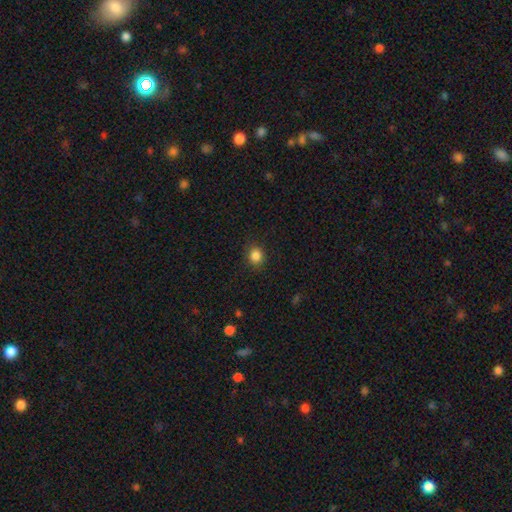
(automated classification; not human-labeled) Smooth or featured? smooth (85%)
How rounded? round (78%)
Merging? none (87%)